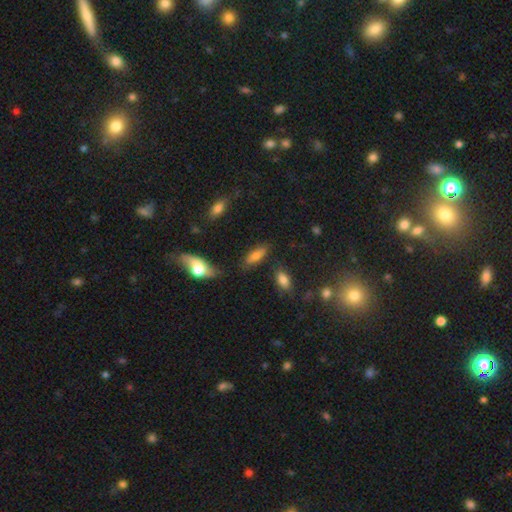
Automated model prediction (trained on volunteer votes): Smooth or featured?
  - smooth: 67% *
  - featured or disk: 22%
  - star or artifact: 10%
How rounded?
  - in between: 59% *
  - cigar-shaped: 37%
  - round: 4%
Merging?
  - none: 74% *
  - minor disturbance: 16%
  - merger: 5%
  - major disturbance: 5%